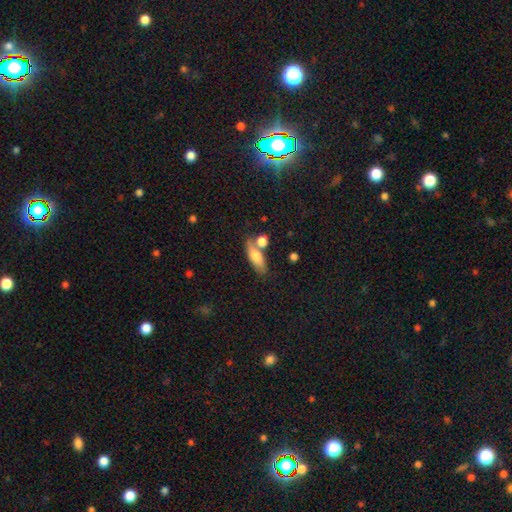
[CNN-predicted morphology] This is likely a smooth galaxy (73%). How rounded: likely in between (60%). Merging: possibly none (57%).